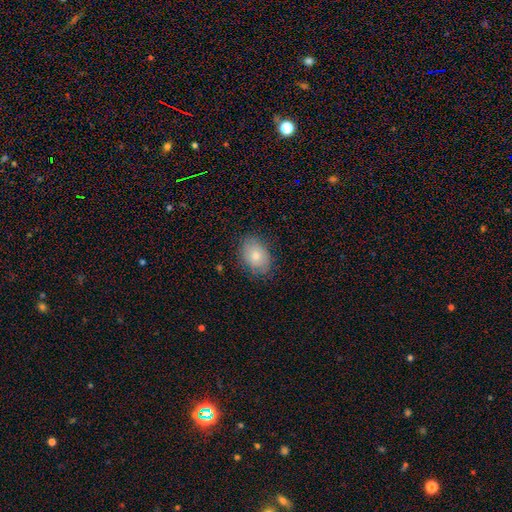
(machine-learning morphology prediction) Q: Smooth or featured?
A: smooth (75%); runner-up: featured or disk (17%)
Q: How rounded?
A: in between (81%); runner-up: round (18%)
Q: Merging?
A: none (80%); runner-up: minor disturbance (15%)